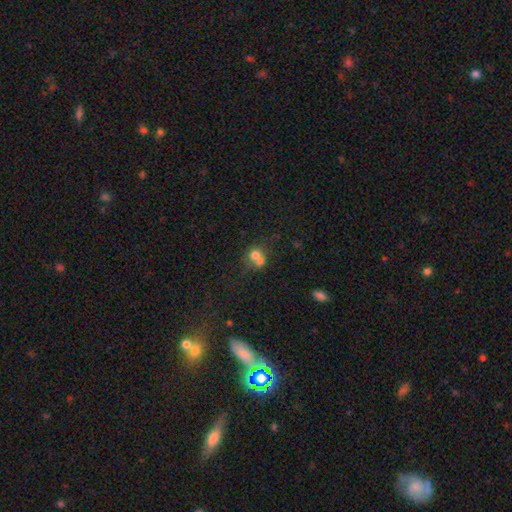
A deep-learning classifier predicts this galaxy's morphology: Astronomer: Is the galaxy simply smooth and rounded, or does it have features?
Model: smooth — 70%.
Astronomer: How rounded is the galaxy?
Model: round — 78%.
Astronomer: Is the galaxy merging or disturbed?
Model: merger — 56% (runner-up: none, 32%).